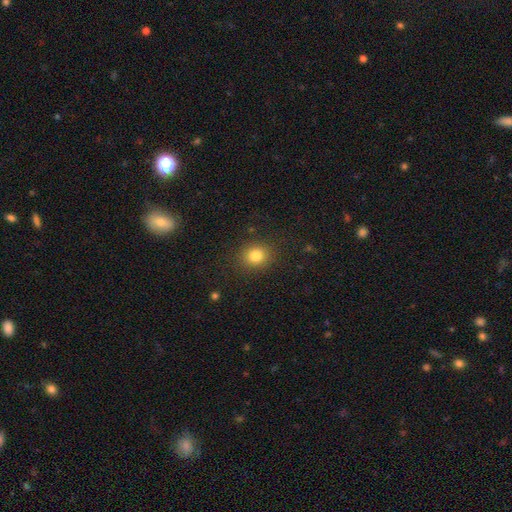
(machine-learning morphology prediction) Overall: smooth (81%). How rounded: round (77%). Merging: none (87%).